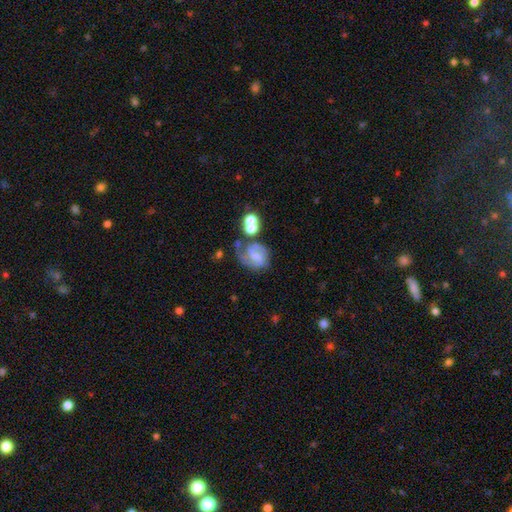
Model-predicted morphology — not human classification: A featured or disk galaxy (71%) with a weak bar (51%), 2 (64%) medium (48%) spiral arms (89%) and a small central bulge (42%).

Vote fractions:
- Smooth or featured? featured or disk: 71% / smooth: 20% / star or artifact: 9%
- Edge-on disk? no: 98% / yes: 2%
- Bar? weak: 51% / no: 29% / strong: 21%
- Spiral arms? yes: 89% / no: 11%
- Spiral winding? medium: 48% / tight: 30% / loose: 22%
- Spiral arm count? 2: 64% / 1: 18% / can't tell: 11% / 3: 4% / 4: 1% / more than 4: 1%
- Bulge size? small: 42% / moderate: 28% / none: 25% / large: 4% / dominant: 1%
- Merging? none: 43% / minor disturbance: 21% / major disturbance: 18% / merger: 17%